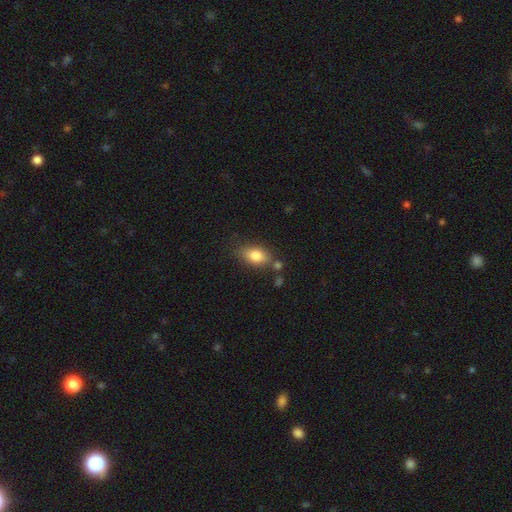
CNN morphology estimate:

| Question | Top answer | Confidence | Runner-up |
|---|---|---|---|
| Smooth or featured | smooth | 82% | featured or disk (10%) |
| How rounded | in between | 84% | round (13%) |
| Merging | none | 67% | minor disturbance (18%) |